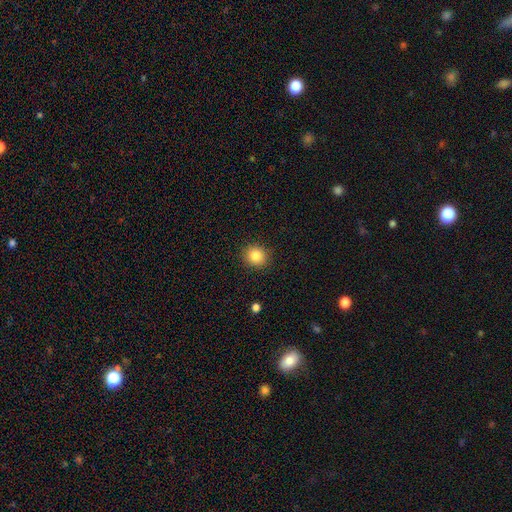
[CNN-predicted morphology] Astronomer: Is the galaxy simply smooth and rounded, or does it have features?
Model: smooth — 84%.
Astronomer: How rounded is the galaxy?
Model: round — 87%.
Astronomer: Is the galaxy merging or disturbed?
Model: none — 91%.